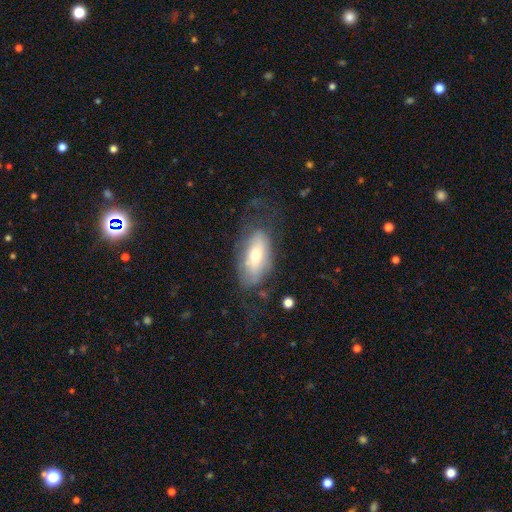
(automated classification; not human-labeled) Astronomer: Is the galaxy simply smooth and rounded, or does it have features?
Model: smooth — 54% (runner-up: featured or disk, 39%).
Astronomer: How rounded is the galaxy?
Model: in between — 87%.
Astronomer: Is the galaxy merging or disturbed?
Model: none — 56%.